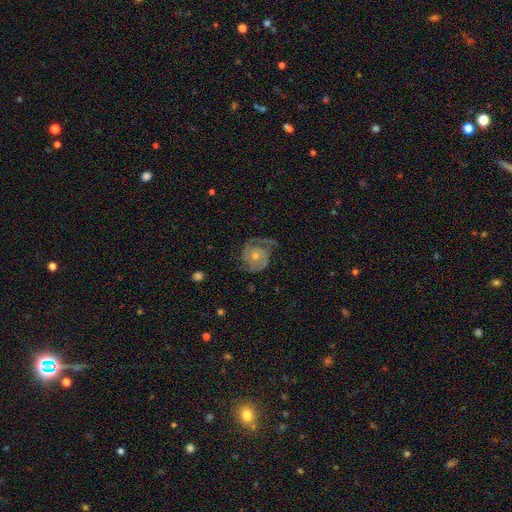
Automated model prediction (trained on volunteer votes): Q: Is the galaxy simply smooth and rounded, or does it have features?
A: featured or disk — 87%.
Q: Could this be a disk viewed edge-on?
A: no — 98%.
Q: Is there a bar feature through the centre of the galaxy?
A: no — 77%.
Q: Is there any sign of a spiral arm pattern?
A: yes — 97%.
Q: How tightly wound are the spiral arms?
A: tight — 59%.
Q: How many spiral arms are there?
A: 2 — 71%.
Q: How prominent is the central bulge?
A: small — 53%.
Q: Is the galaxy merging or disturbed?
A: none — 71%.